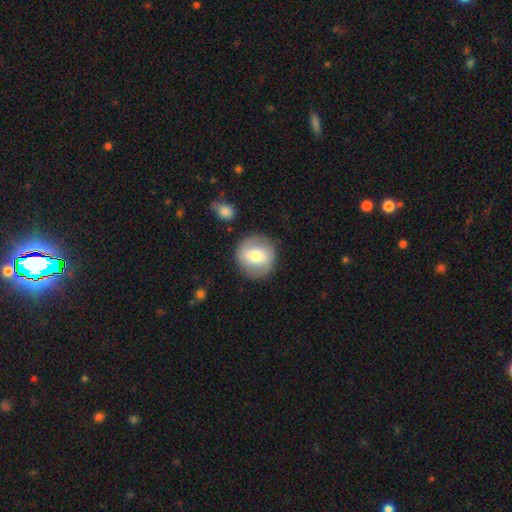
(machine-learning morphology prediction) Smooth or featured? smooth (61%)
How rounded? round (91%)
Merging? none (85%)